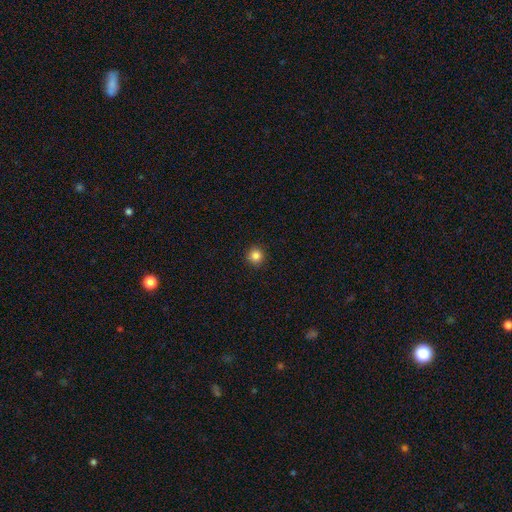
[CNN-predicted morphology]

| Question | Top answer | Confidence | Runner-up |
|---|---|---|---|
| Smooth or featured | smooth | 85% | star or artifact (11%) |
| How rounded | round | 95% | in between (4%) |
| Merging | none | 93% | minor disturbance (4%) |